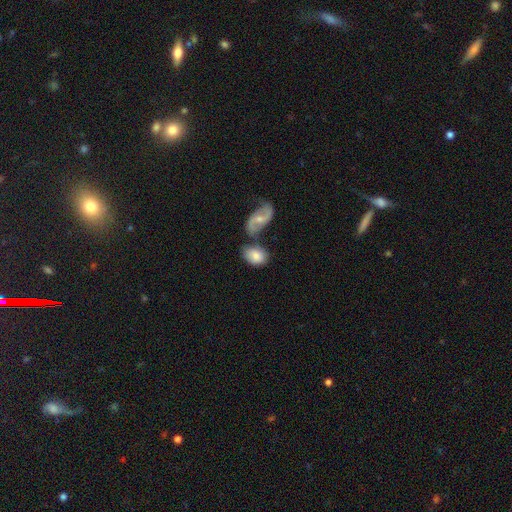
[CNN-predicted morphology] smooth_or_featured: smooth (p=0.73) [alt: featured or disk p=0.21]
how_rounded: in between (p=0.86) [alt: round p=0.13]
merging: none (p=0.50) [alt: merger p=0.28]